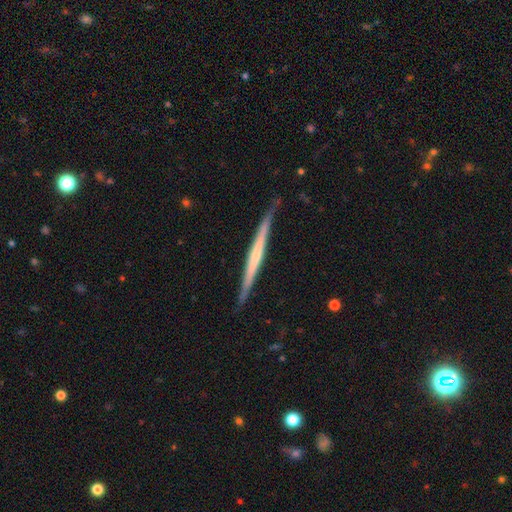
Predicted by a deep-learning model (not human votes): Smooth or featured? Predicted: featured or disk (p=0.65). Edge-on disk? Predicted: yes (p=0.97). Edge-on bulge? Predicted: none (p=0.70). Merging? Predicted: none (p=0.85).